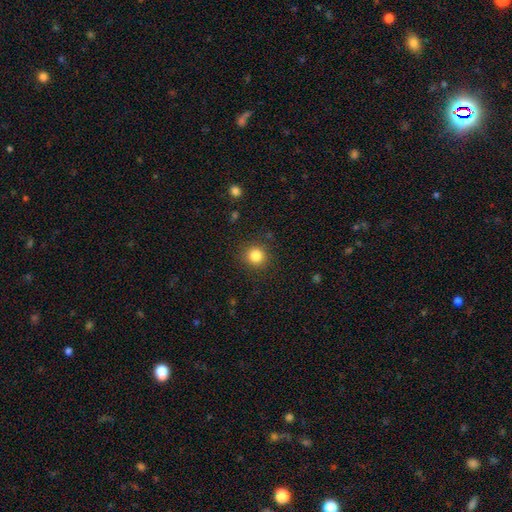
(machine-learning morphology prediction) Smooth or featured?
  - smooth: 84% *
  - star or artifact: 11%
  - featured or disk: 5%
How rounded?
  - round: 92% *
  - in between: 7%
  - cigar-shaped: 1%
Merging?
  - none: 89% *
  - minor disturbance: 7%
  - major disturbance: 3%
  - merger: 1%